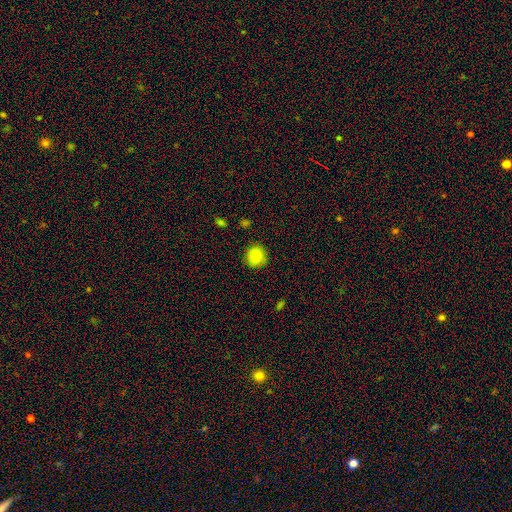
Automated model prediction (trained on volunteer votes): Smooth or featured?
  - smooth: 86% *
  - star or artifact: 9%
  - featured or disk: 4%
How rounded?
  - round: 86% *
  - in between: 13%
  - cigar-shaped: 1%
Merging?
  - none: 84% *
  - minor disturbance: 12%
  - major disturbance: 3%
  - merger: 1%